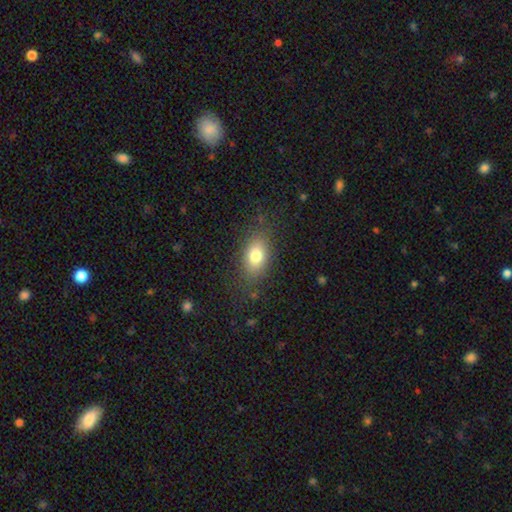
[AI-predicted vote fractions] A smooth galaxy with no disk features (78%) that is in between round and cigar-shaped (84%).

Vote fractions:
- Smooth or featured? smooth: 78% / featured or disk: 13% / star or artifact: 10%
- How rounded? in between: 84% / round: 13% / cigar-shaped: 4%
- Merging? none: 82% / minor disturbance: 12% / major disturbance: 5% / merger: 1%